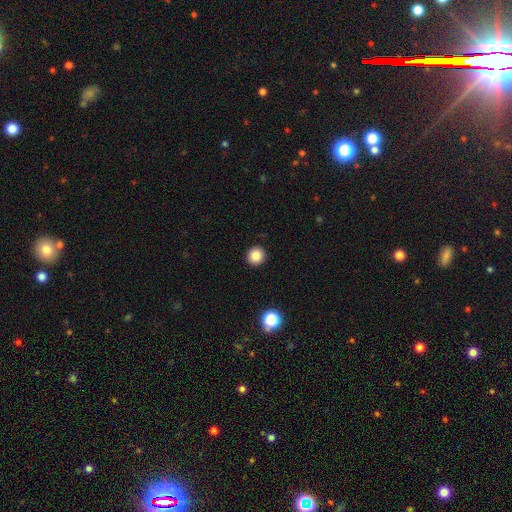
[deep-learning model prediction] Smooth or featured? Predicted: smooth (p=0.86). How rounded? Predicted: round (p=0.94). Merging? Predicted: none (p=0.93).